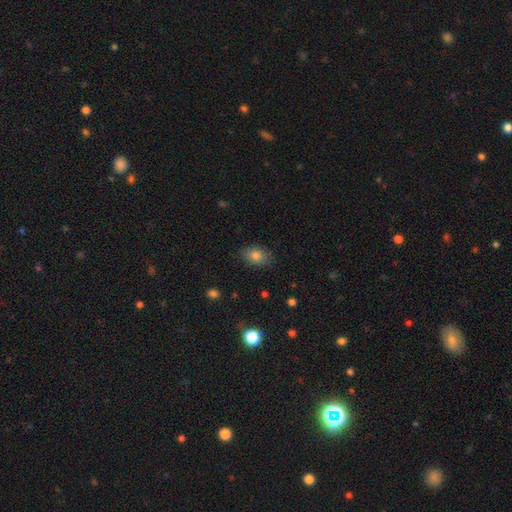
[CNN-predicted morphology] Smooth or featured?
  - smooth: 81% *
  - star or artifact: 10%
  - featured or disk: 9%
How rounded?
  - in between: 79% *
  - round: 20%
  - cigar-shaped: 1%
Merging?
  - none: 83% *
  - minor disturbance: 13%
  - major disturbance: 3%
  - merger: 1%